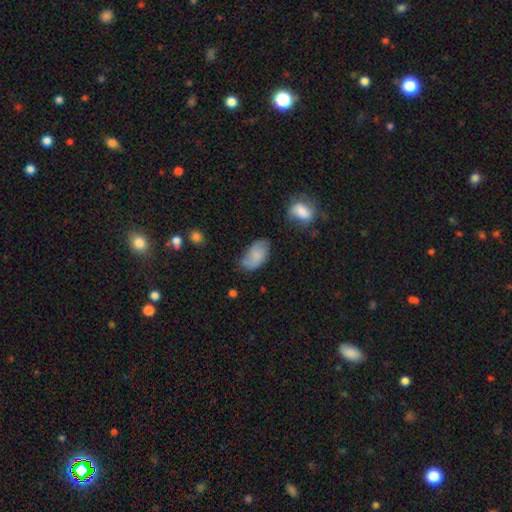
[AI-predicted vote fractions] Smooth or featured? Predicted: smooth (p=0.68). How rounded? Predicted: in between (p=0.93). Merging? Predicted: none (p=0.55).